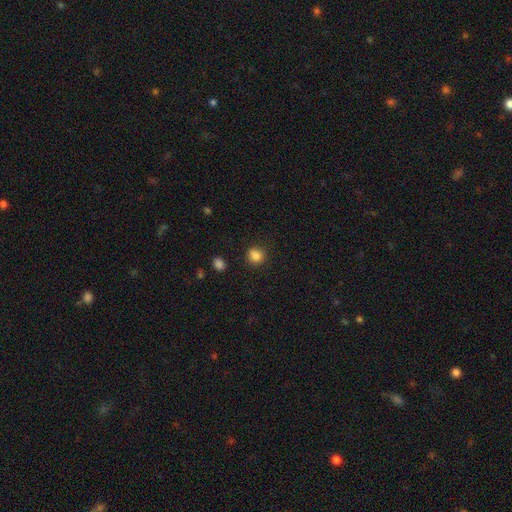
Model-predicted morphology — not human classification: Smooth or featured? Predicted: smooth (p=0.83). How rounded? Predicted: round (p=0.84). Merging? Predicted: none (p=0.80).